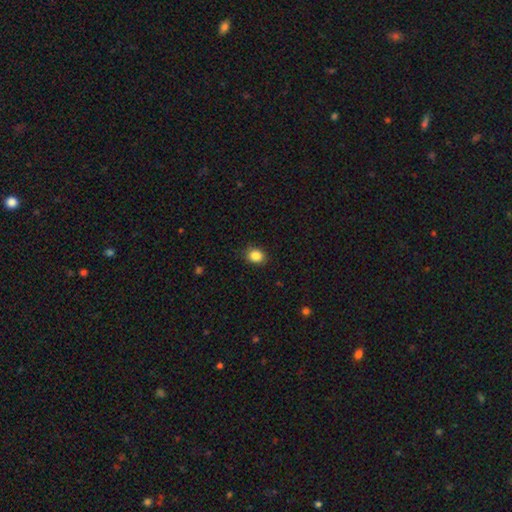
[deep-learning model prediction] Q: Smooth or featured?
A: smooth (87%); runner-up: star or artifact (10%)
Q: How rounded?
A: round (57%); runner-up: in between (42%)
Q: Merging?
A: none (88%); runner-up: minor disturbance (8%)